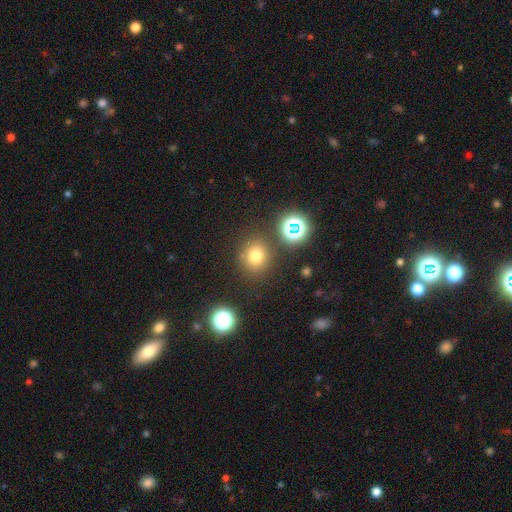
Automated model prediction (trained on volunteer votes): A smooth galaxy with no disk features (72%) that is round (84%).

Vote fractions:
- Smooth or featured? smooth: 72% / star or artifact: 21% / featured or disk: 8%
- How rounded? round: 84% / in between: 15% / cigar-shaped: 1%
- Merging? none: 82% / minor disturbance: 9% / merger: 6% / major disturbance: 4%